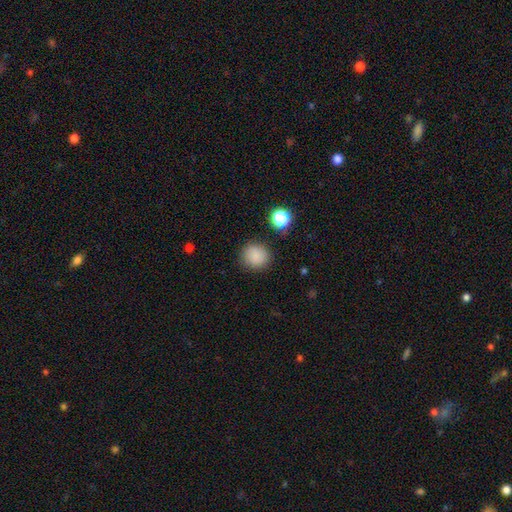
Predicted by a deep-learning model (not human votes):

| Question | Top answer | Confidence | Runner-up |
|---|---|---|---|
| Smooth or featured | smooth | 84% | star or artifact (12%) |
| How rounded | round | 91% | in between (8%) |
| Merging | none | 86% | minor disturbance (9%) |